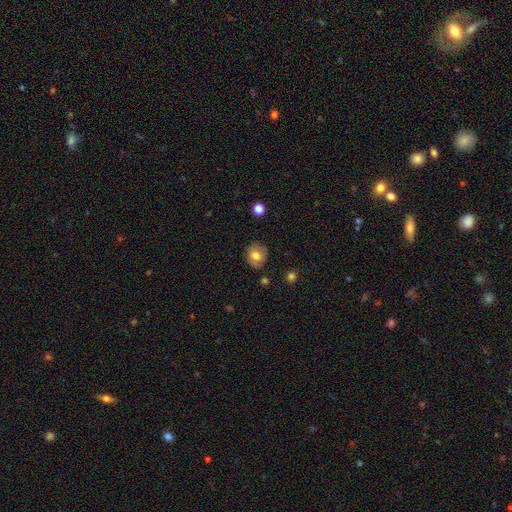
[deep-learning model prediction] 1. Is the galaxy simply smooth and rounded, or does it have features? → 70% smooth, 21% featured or disk, 9% star or artifact.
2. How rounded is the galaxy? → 76% round, 24% in between, 1% cigar-shaped.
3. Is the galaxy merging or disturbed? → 80% none, 15% minor disturbance, 4% major disturbance, 2% merger.